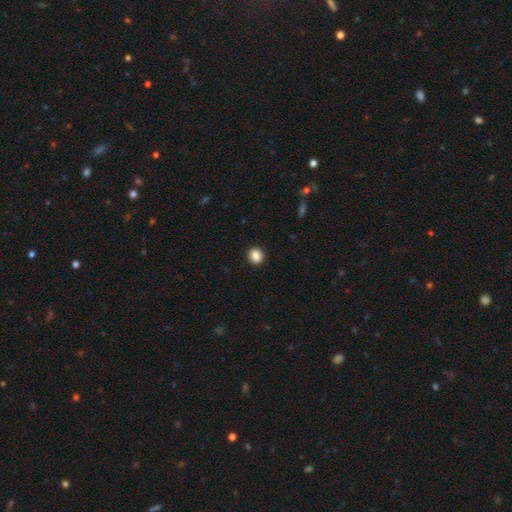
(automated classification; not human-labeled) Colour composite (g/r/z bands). It shows a smooth galaxy with no disk features (88%) that is round (76%). Merging: none (91%).